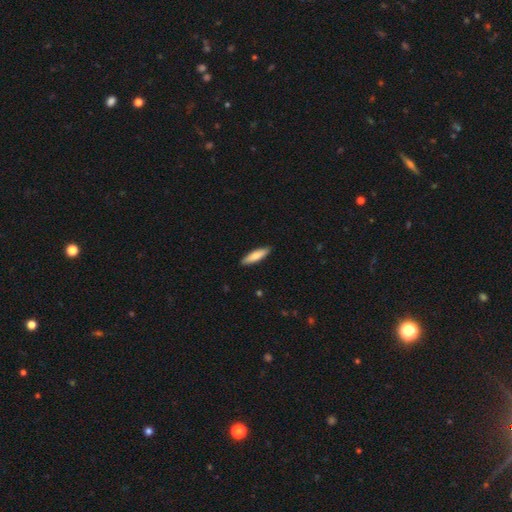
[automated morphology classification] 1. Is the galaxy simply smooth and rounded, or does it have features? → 78% smooth, 16% featured or disk, 5% star or artifact.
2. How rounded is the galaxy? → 70% cigar-shaped, 28% in between, 1% round.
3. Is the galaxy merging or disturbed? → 90% none, 8% minor disturbance, 1% major disturbance, 1% merger.